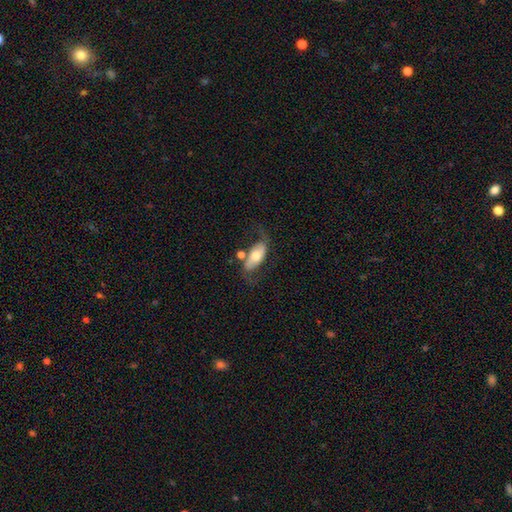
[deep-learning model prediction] featured or disk 57%, smooth 36%, star or artifact 6%. Down the decision tree: edge-on disk — no (87%); merging — none (55%).